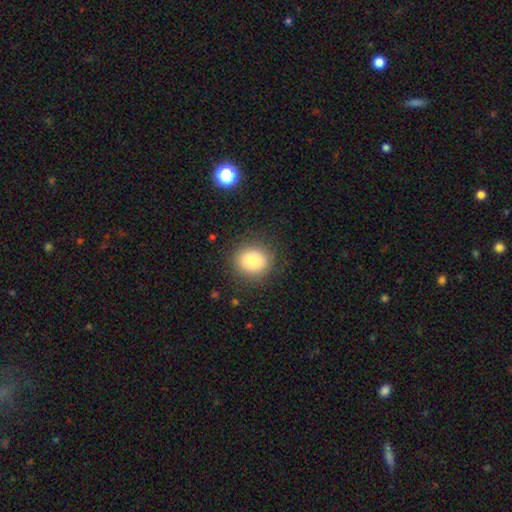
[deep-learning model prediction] Q: Smooth or featured?
A: smooth (81%); runner-up: star or artifact (11%)
Q: How rounded?
A: round (83%); runner-up: in between (16%)
Q: Merging?
A: none (87%); runner-up: minor disturbance (8%)